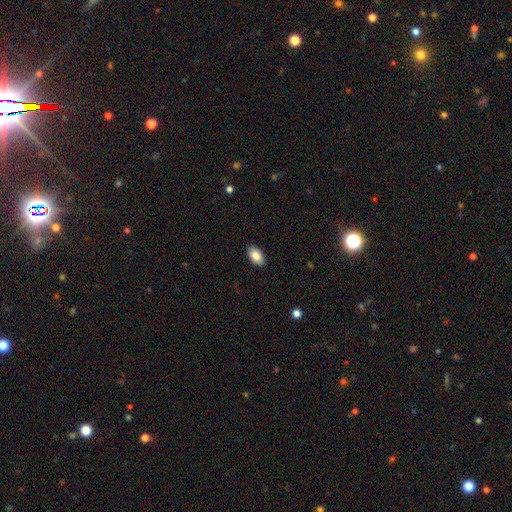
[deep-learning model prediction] Overall: smooth (84%). How rounded: in between (93%). Merging: none (89%).